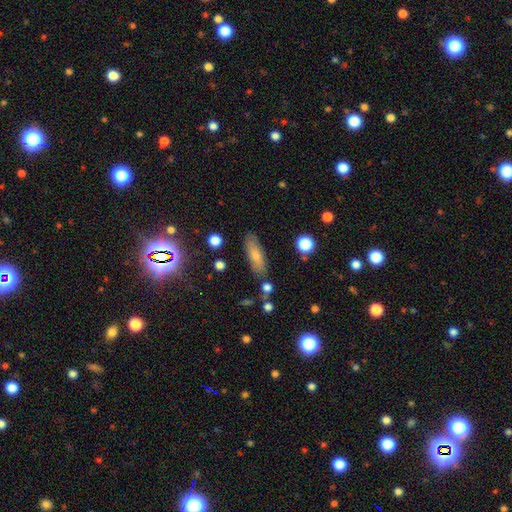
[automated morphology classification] type=smooth (73%); roundness=in between (55%); merging=none (81%).